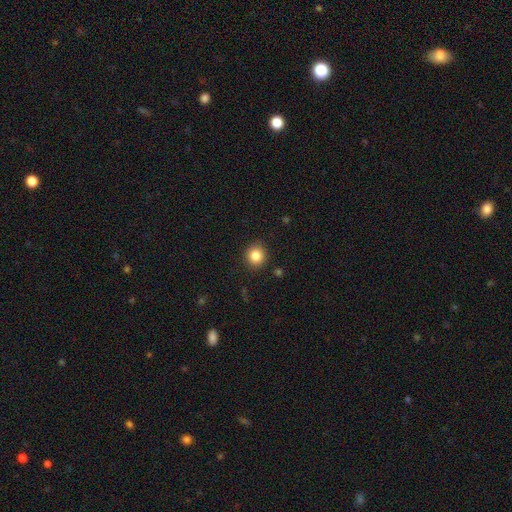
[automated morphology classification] Overall: smooth (84%). How rounded: round (89%). Merging: none (90%).